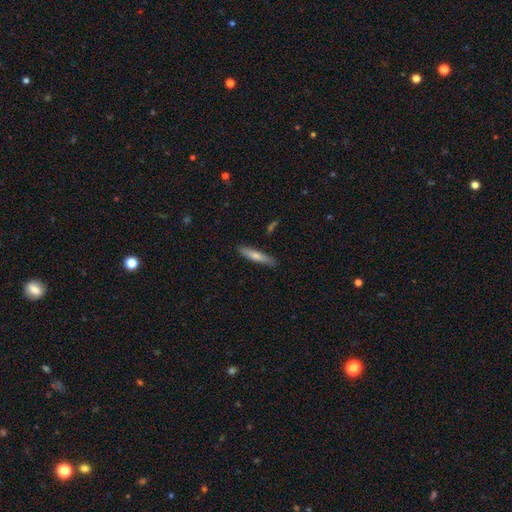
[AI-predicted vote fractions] The model was most divided on "smooth or featured": smooth: 69%, featured or disk: 26%, star or artifact: 6%. More confident: merging — none (86%); how rounded — cigar-shaped (86%).